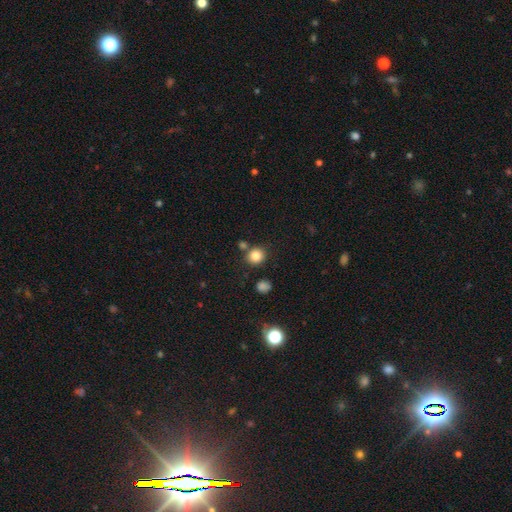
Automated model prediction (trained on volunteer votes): Q: Smooth or featured?
A: smooth (83%); runner-up: star or artifact (12%)
Q: How rounded?
A: round (87%); runner-up: in between (12%)
Q: Merging?
A: none (77%); runner-up: merger (11%)